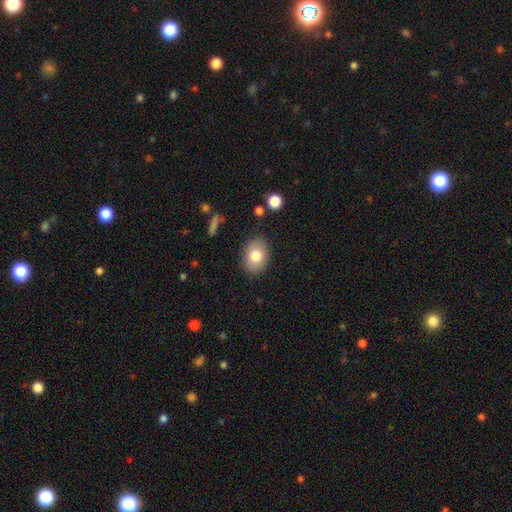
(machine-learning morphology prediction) This is likely a smooth galaxy (78%). How rounded: likely in between (72%). Merging: clearly none (86%).